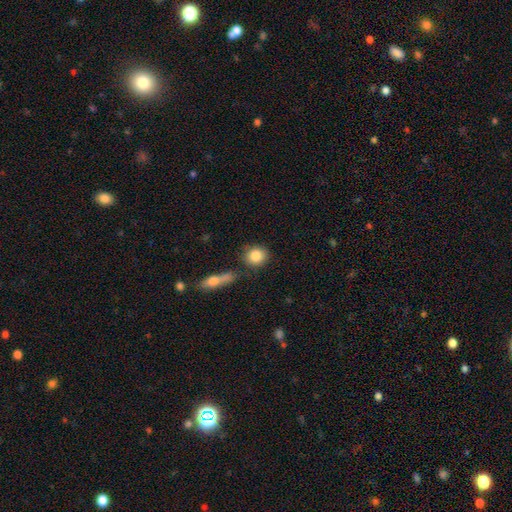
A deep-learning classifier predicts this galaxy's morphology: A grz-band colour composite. It shows a smooth galaxy with no disk features (84%) that is round (76%). Merging: none (75%).